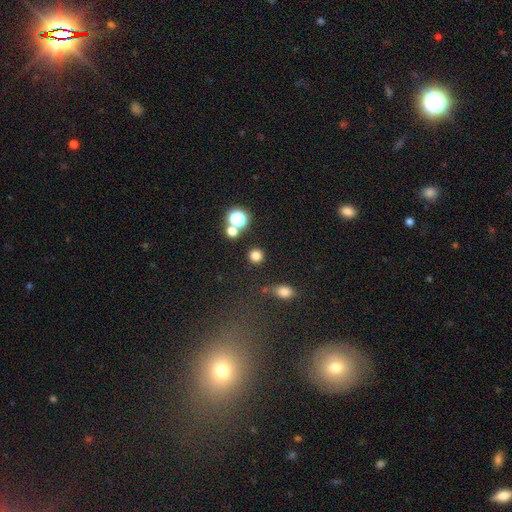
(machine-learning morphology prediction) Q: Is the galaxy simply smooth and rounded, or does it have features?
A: smooth — 79%.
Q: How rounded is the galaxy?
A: round — 93%.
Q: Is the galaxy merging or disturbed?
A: none — 85%.